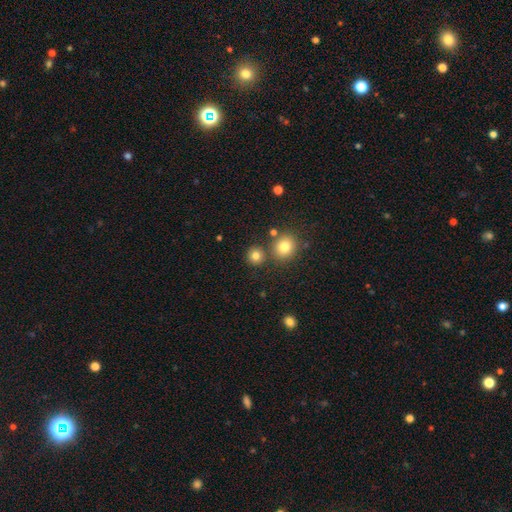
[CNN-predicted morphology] This appears to be a smooth galaxy with no disk features (80%) that is round (91%). Merging: none (81%).